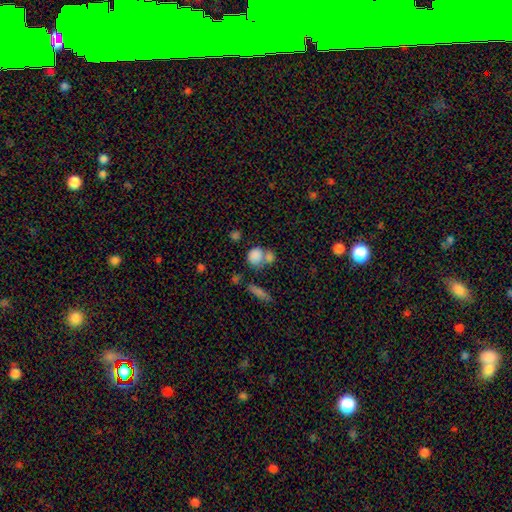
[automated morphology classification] A smooth galaxy with no disk features (81%) that is round (73%).

Vote fractions:
- Smooth or featured? smooth: 81% / star or artifact: 10% / featured or disk: 9%
- How rounded? round: 73% / in between: 25% / cigar-shaped: 2%
- Merging? merger: 43% / none: 41% / minor disturbance: 10% / major disturbance: 6%